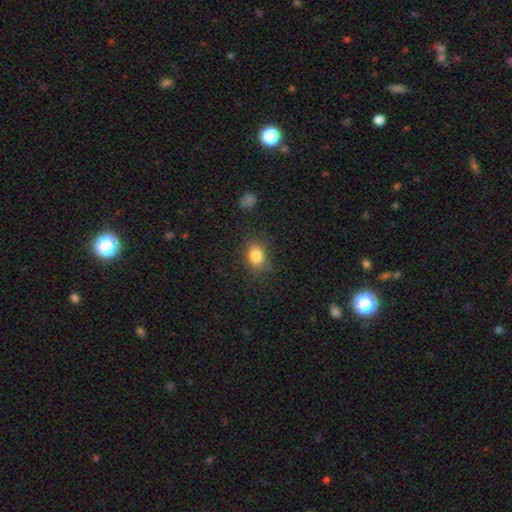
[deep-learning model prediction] This appears to be a smooth galaxy with no disk features (83%) that is in between round and cigar-shaped (60%). Merging: none (77%).